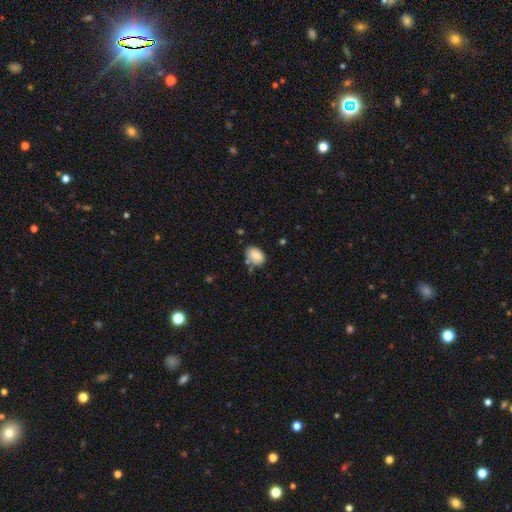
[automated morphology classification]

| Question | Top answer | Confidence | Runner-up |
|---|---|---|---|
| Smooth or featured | smooth | 83% | featured or disk (9%) |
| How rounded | in between | 76% | round (23%) |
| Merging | none | 62% | minor disturbance (24%) |